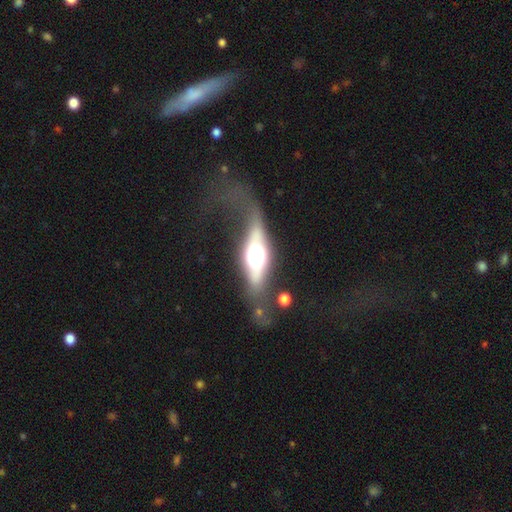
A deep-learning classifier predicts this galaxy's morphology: Smooth or featured?
  - featured or disk: 61% *
  - smooth: 31%
  - star or artifact: 9%
Edge-on disk?
  - yes: 70% *
  - no: 30%
Merging?
  - none: 41% *
  - major disturbance: 30%
  - minor disturbance: 21%
  - merger: 7%